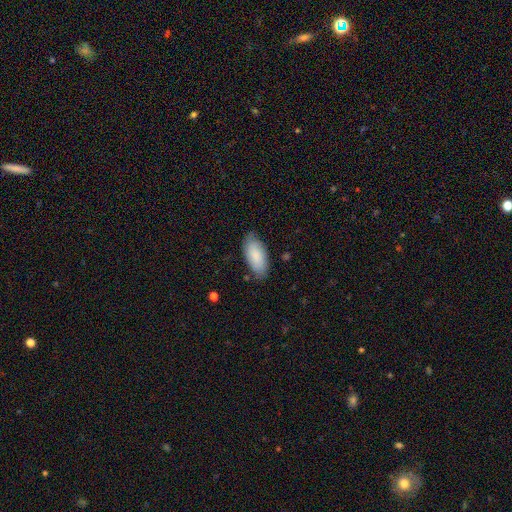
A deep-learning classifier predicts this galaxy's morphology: type=smooth (83%); roundness=in between (90%); merging=none (79%).